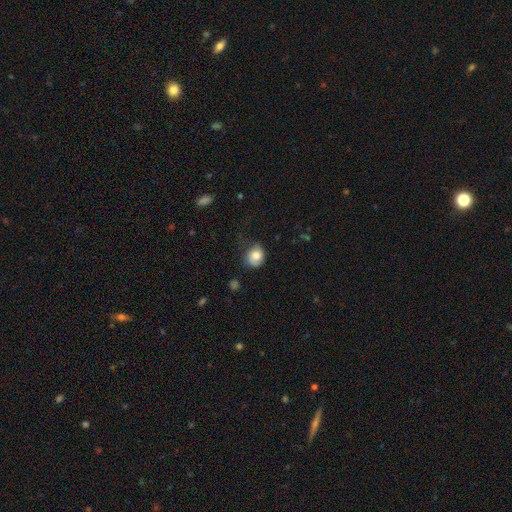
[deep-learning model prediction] Smooth or featured? smooth (74%)
How rounded? round (67%)
Merging? none (54%)